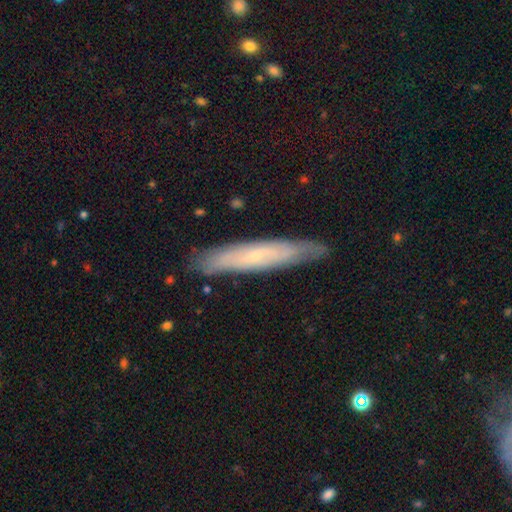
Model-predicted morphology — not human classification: featured or disk 50%, smooth 42%, star or artifact 8%. Down the decision tree: edge-on disk — yes (69%); merging — none (84%).